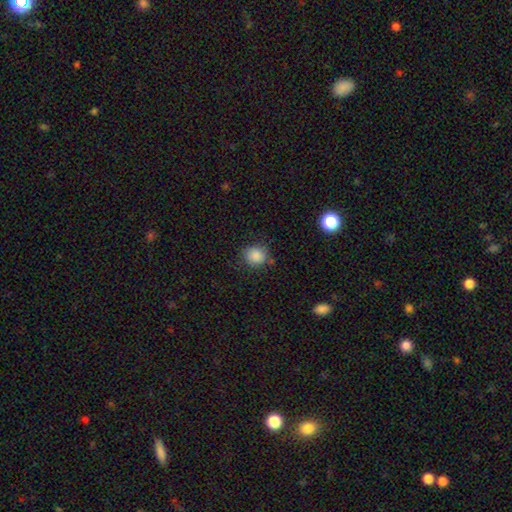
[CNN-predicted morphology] Q: Smooth or featured?
A: smooth (86%); runner-up: star or artifact (10%)
Q: How rounded?
A: round (82%); runner-up: in between (17%)
Q: Merging?
A: none (79%); runner-up: minor disturbance (14%)